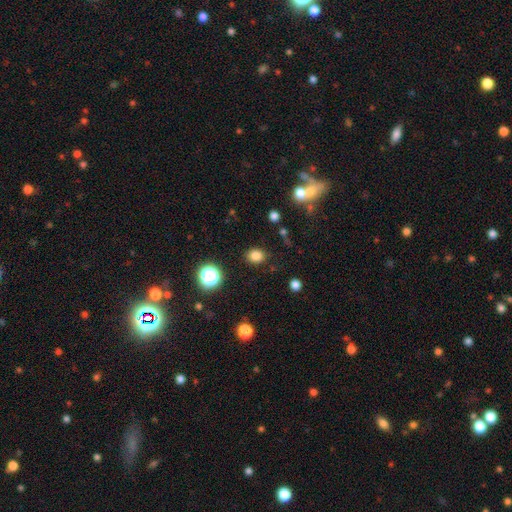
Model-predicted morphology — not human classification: This appears to be a smooth galaxy with no disk features (82%) that is round (59%). Merging: none (86%).